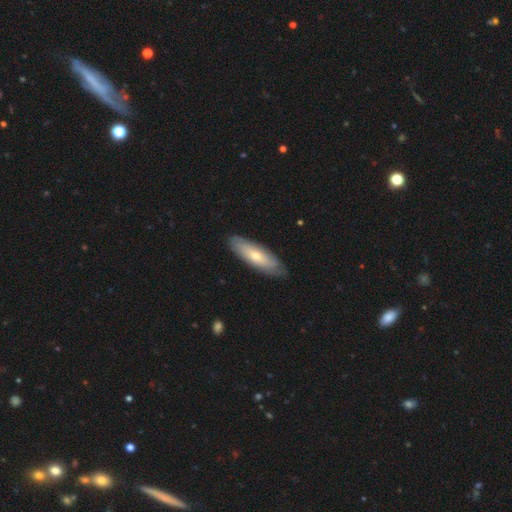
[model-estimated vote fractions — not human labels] Smooth or featured?
  - smooth: 52% *
  - featured or disk: 43%
  - star or artifact: 5%
How rounded?
  - in between: 50% *
  - cigar-shaped: 48%
  - round: 2%
Merging?
  - none: 84% *
  - minor disturbance: 13%
  - major disturbance: 2%
  - merger: 1%